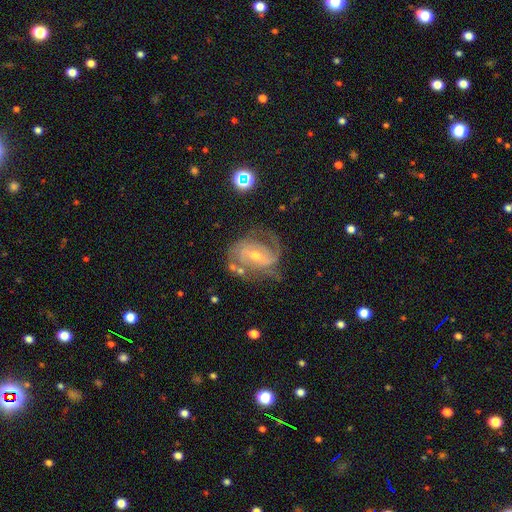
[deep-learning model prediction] featured or disk 87%, star or artifact 7%, smooth 6%. Down the decision tree: edge-on disk — no (97%); bar — weak (48%); spiral arms — yes (96%); spiral arm count — 2 (56%); spiral winding — medium (46%); bulge size — moderate (54%); merging — none (63%).